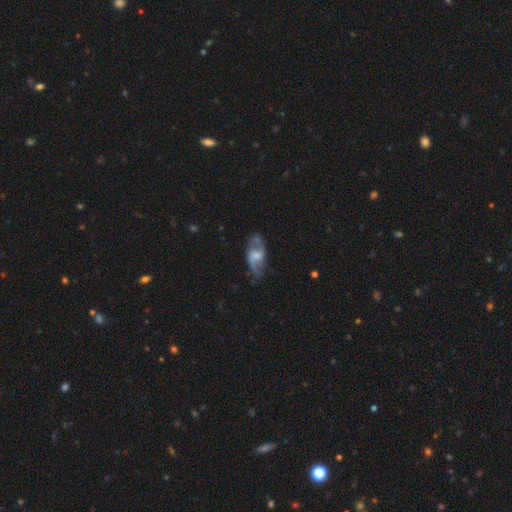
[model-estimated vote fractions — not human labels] Morphology: type=featured or disk (60%); edge-on=no (89%); bar=no (48%); spiral arms=yes (75%); bulge=moderate (43%); merging=none (60%).